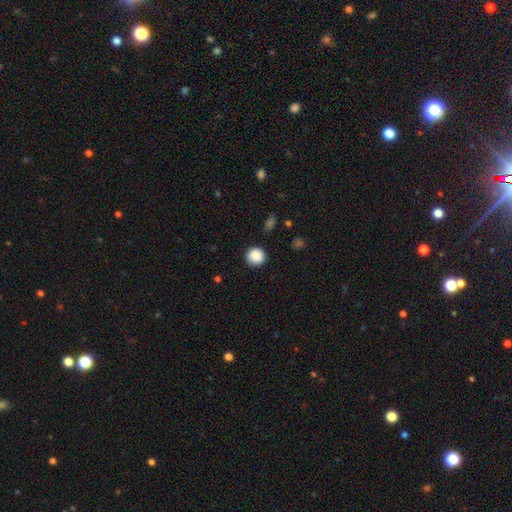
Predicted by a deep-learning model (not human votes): Overall: smooth (88%). How rounded: round (91%). Merging: none (87%).